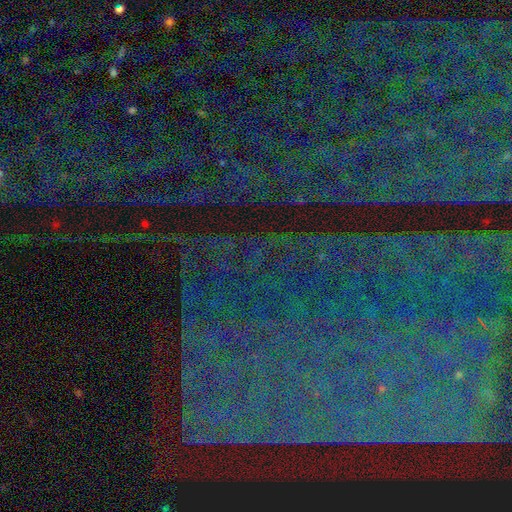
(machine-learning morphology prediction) smooth-or-featured: star or artifact: 84% | featured or disk: 9% | smooth: 8%